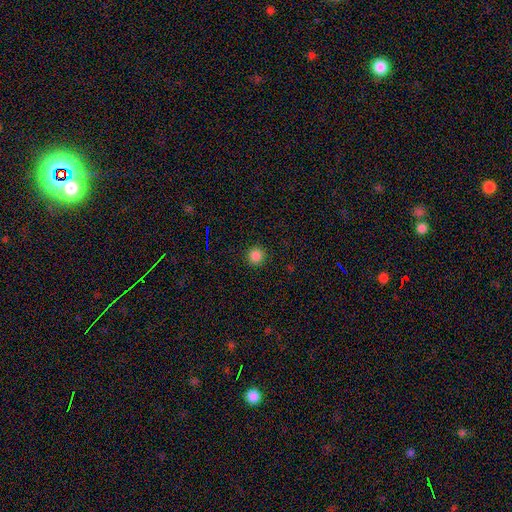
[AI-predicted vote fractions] This is clearly a smooth galaxy (85%). How rounded: clearly round (95%). Merging: clearly none (92%).